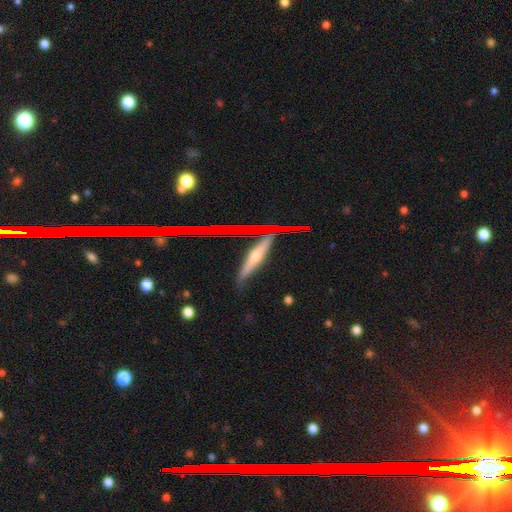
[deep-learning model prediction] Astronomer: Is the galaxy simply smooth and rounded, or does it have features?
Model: featured or disk — 59%.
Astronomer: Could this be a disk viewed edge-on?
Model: yes — 90%.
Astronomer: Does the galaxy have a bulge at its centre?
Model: rounded — 78%.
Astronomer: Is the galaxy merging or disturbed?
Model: none — 76%.